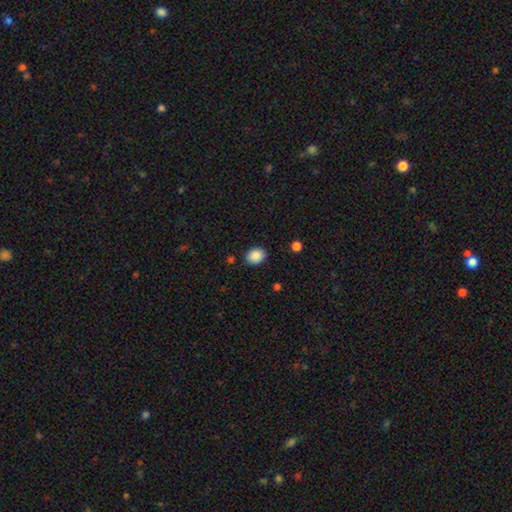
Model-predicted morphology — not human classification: Smooth or featured? Predicted: smooth (p=0.88). How rounded? Predicted: in between (p=0.55). Merging? Predicted: none (p=0.87).